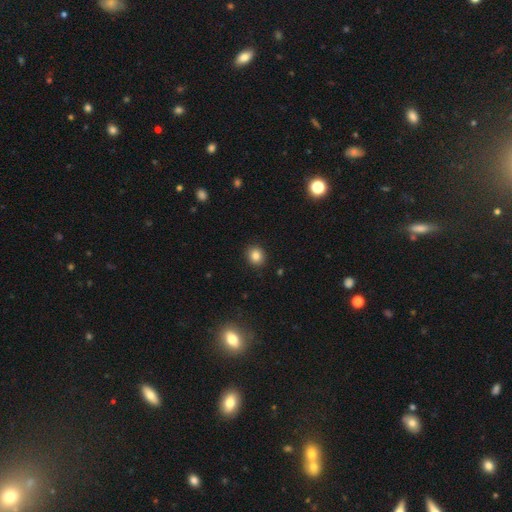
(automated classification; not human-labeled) smooth-or-featured: smooth: 83% | star or artifact: 11% | featured or disk: 6%
  how-rounded: round: 79% | in between: 21% | cigar-shaped: 1%
  merging: none: 91% | minor disturbance: 6% | major disturbance: 2% | merger: 1%